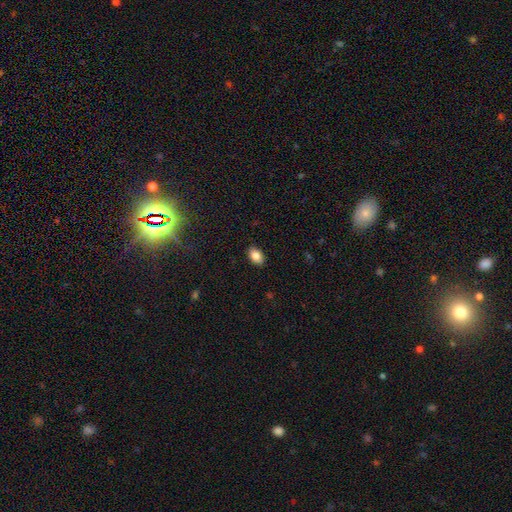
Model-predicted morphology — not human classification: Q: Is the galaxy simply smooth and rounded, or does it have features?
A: smooth — 85%.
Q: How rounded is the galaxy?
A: in between — 86%.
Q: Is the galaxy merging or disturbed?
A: none — 88%.